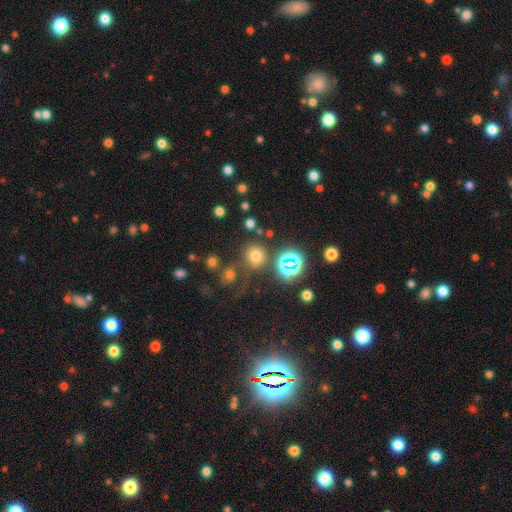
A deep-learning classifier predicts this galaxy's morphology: Smooth or featured? smooth (66%)
How rounded? round (90%)
Merging? none (74%)